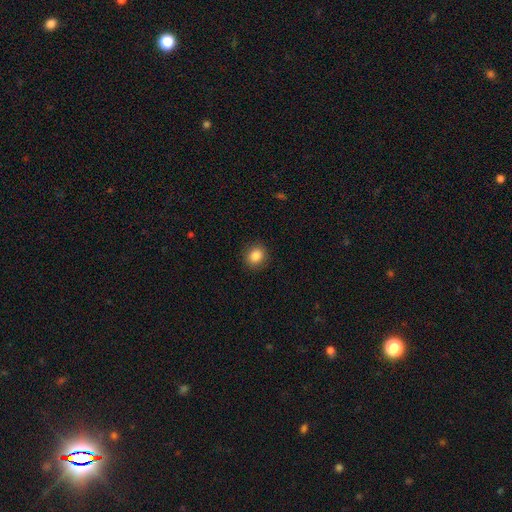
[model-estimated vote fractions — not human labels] A smooth galaxy with no disk features (86%) that is round (73%). Merging: none (88%).